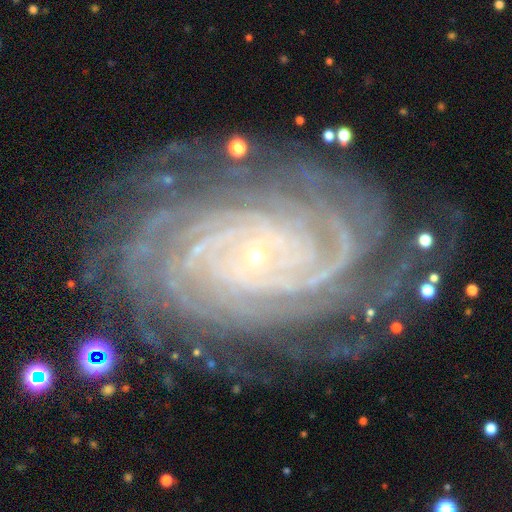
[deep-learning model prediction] A featured or disk galaxy (92%) with no bar (72%), more than 4 (34%) tight (88%) spiral arms (99%) and a small central bulge (90%). Merging: none (79%).